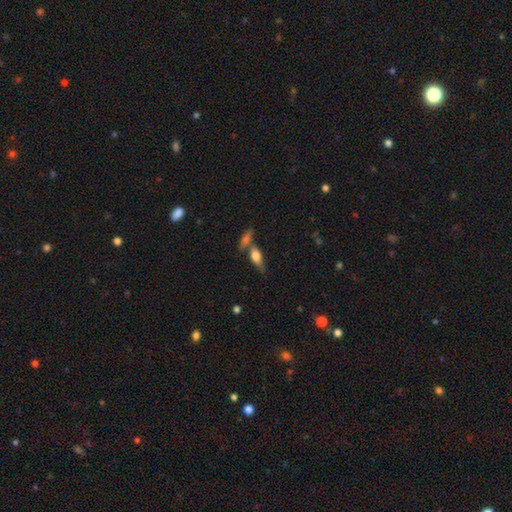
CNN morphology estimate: Smooth or featured: smooth — 65% (featured or disk — 26%)
How rounded: in between — 71% (cigar-shaped — 24%)
Merging: none — 49% (merger — 33%)